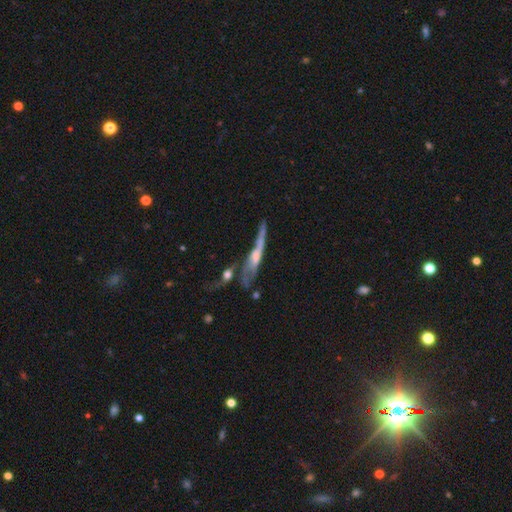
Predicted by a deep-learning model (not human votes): A featured or disk galaxy (66%) viewed edge-on (75%). Merging: none (35%).